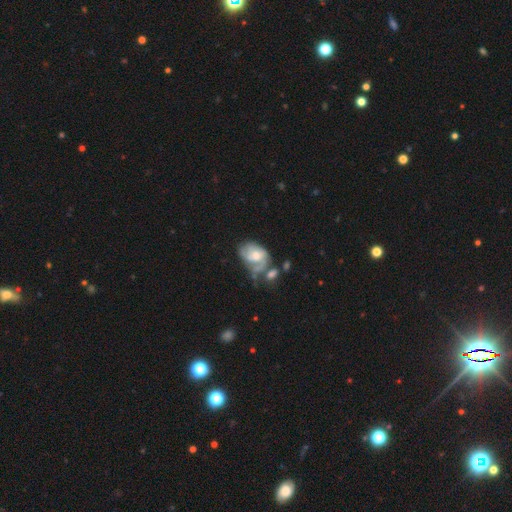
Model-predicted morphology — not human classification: Smooth or featured? Predicted: featured or disk (p=0.63). Edge-on disk? Predicted: no (p=0.97). Bar? Predicted: no (p=0.68). Spiral arms? Predicted: yes (p=0.72). Bulge size? Predicted: moderate (p=0.56). Merging? Predicted: none (p=0.27).